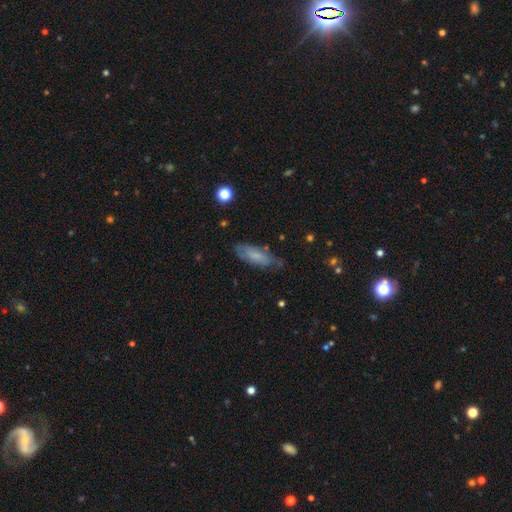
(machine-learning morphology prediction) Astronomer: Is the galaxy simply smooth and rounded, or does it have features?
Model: smooth — 60%.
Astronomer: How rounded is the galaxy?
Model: in between — 67%.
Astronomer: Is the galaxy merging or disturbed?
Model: none — 66%.